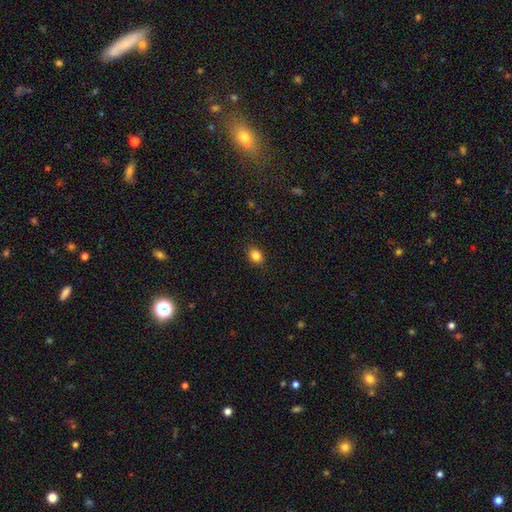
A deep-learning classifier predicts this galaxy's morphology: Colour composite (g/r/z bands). It shows a smooth galaxy with no disk features (85%) that is in between round and cigar-shaped (51%). Merging: none (88%).